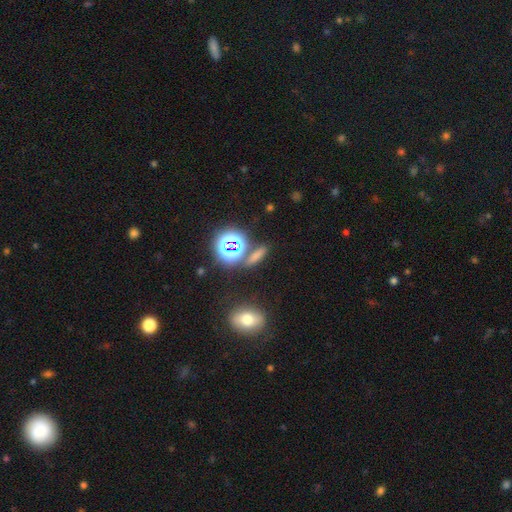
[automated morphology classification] smooth 57%, star or artifact 33%, featured or disk 10%. Down the decision tree: how rounded — cigar-shaped (40%); merging — none (75%).